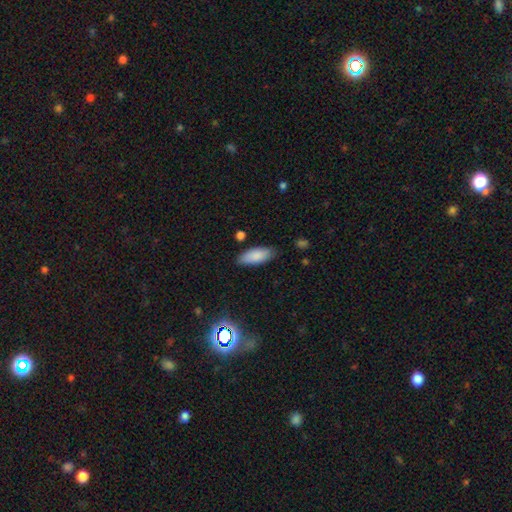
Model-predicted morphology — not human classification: A smooth galaxy with no disk features (86%) that is in between round and cigar-shaped (82%). Merging: none (83%).